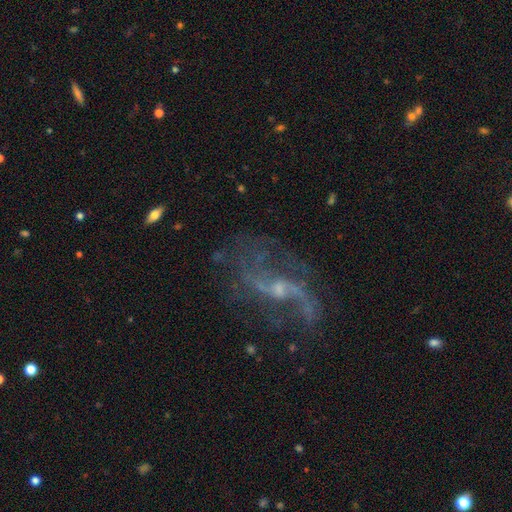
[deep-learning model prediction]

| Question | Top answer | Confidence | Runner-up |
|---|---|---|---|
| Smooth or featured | featured or disk | 85% | star or artifact (9%) |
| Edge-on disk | no | 95% | yes (5%) |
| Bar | weak | 45% | no (42%) |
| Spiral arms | yes | 91% | no (9%) |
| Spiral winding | loose | 83% | medium (14%) |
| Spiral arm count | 2 | 80% | can't tell (6%) |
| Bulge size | small | 63% | moderate (24%) |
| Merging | none | 60% | major disturbance (19%) |